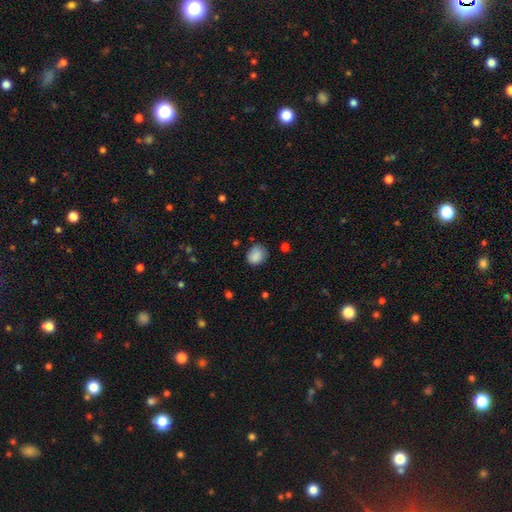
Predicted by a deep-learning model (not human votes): Smooth or featured? Predicted: smooth (p=0.85). How rounded? Predicted: round (p=0.55). Merging? Predicted: none (p=0.69).